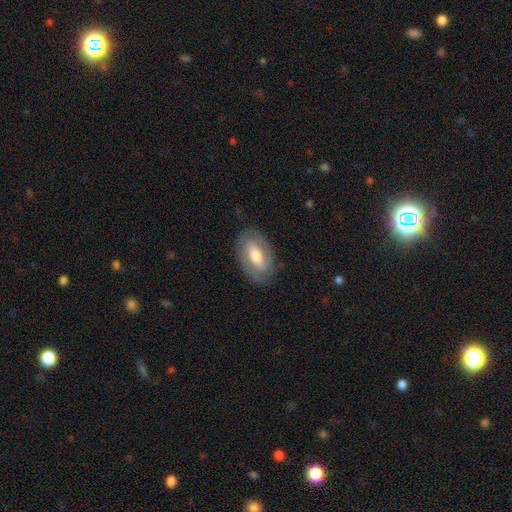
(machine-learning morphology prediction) smooth_or_featured: featured or disk (p=0.60) [alt: smooth p=0.34]
disk_edge_on: no (p=0.89) [alt: yes p=0.11]
bar: strong (p=0.42) [alt: weak p=0.36]
has_spiral_arms: yes (p=0.58) [alt: no p=0.42]
bulge_size: moderate (p=0.65) [alt: small p=0.19]
merging: none (p=0.83) [alt: minor disturbance p=0.12]